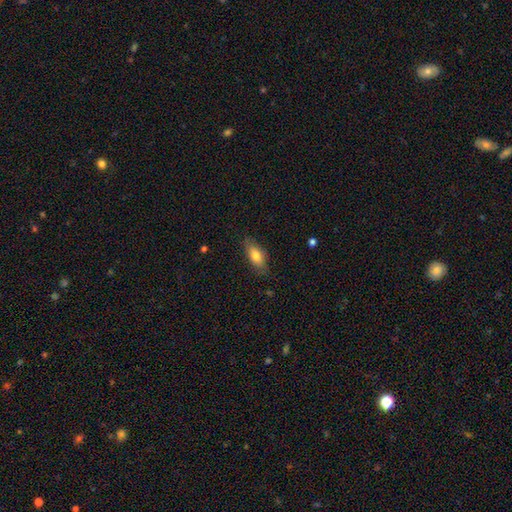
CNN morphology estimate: type=smooth (76%); roundness=in between (84%); merging=none (80%).